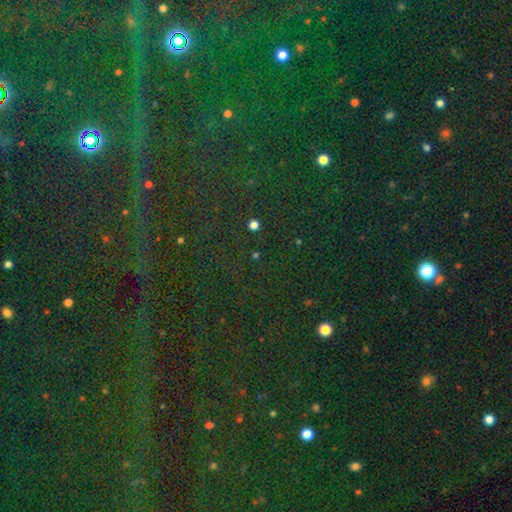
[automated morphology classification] Smooth or featured: star or artifact — 73% (smooth — 19%)